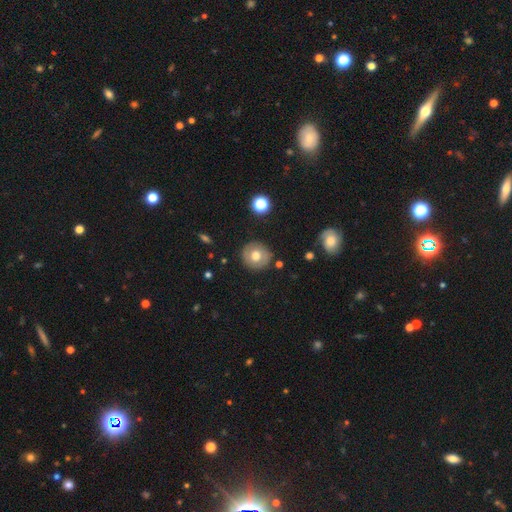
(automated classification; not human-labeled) This is likely a smooth galaxy (63%). How rounded: clearly round (91%). Merging: clearly none (86%).